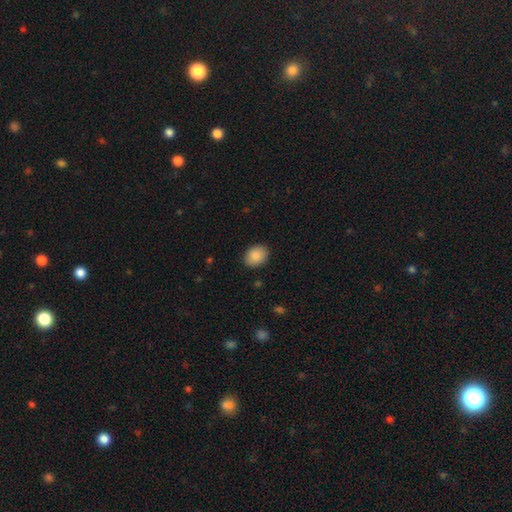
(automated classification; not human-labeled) Q: Smooth or featured?
A: smooth (88%); runner-up: star or artifact (7%)
Q: How rounded?
A: in between (65%); runner-up: round (34%)
Q: Merging?
A: none (88%); runner-up: minor disturbance (9%)